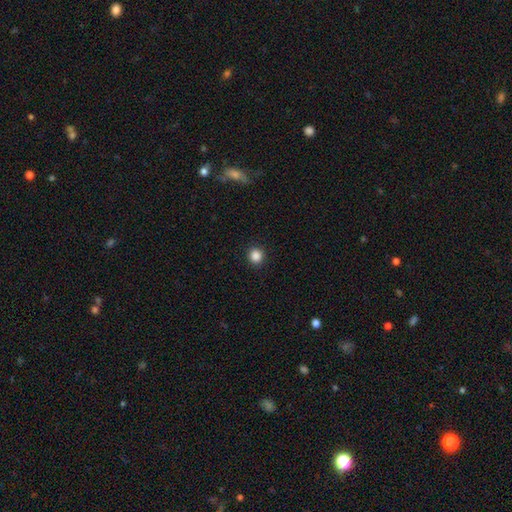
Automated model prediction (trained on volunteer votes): Smooth or featured?
  - smooth: 87% *
  - star or artifact: 11%
  - featured or disk: 3%
How rounded?
  - round: 91% *
  - in between: 8%
  - cigar-shaped: 1%
Merging?
  - none: 92% *
  - minor disturbance: 5%
  - major disturbance: 2%
  - merger: 1%